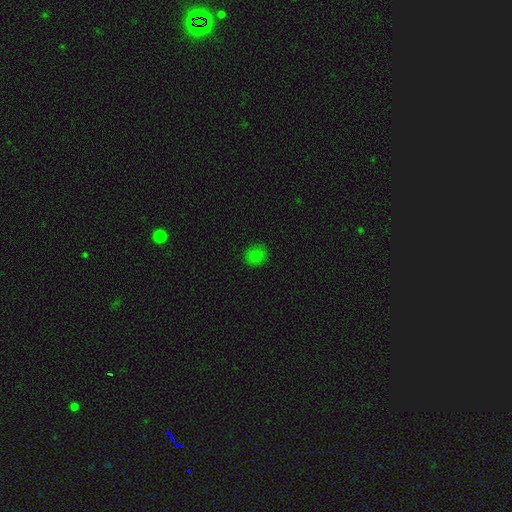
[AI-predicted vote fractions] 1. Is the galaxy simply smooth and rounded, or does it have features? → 79% smooth, 16% star or artifact, 4% featured or disk.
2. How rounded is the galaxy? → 78% round, 21% in between, 1% cigar-shaped.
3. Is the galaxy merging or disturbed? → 86% none, 10% minor disturbance, 3% major disturbance, 1% merger.